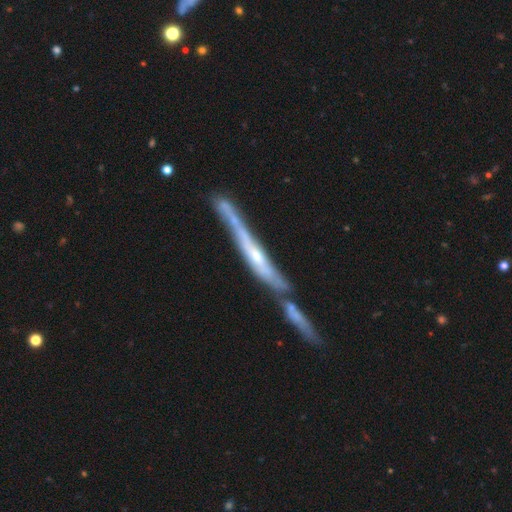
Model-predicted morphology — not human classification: Q: Smooth or featured?
A: featured or disk (75%); runner-up: smooth (18%)
Q: Edge-on disk?
A: yes (86%); runner-up: no (14%)
Q: Edge-on bulge?
A: rounded (49%); runner-up: none (41%)
Q: Merging?
A: none (39%); tied with: merger (39%)